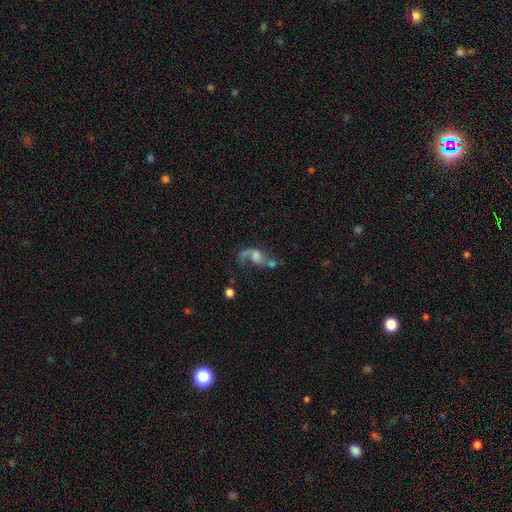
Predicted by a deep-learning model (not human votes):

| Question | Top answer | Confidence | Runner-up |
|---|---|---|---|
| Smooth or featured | featured or disk | 62% | smooth (26%) |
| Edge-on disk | no | 96% | yes (4%) |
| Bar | no | 65% | weak (28%) |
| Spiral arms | yes | 78% | no (22%) |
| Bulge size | moderate | 33% | small (24%) |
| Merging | merger | 36% | major disturbance (27%) |